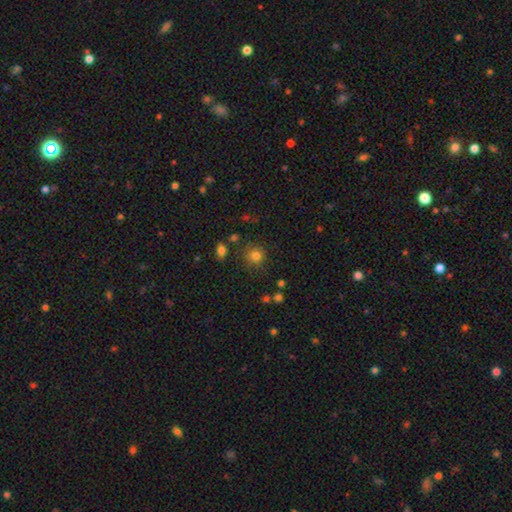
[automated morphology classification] A smooth galaxy with no disk features (80%) that is round (91%).

Vote fractions:
- Smooth or featured? smooth: 80% / star or artifact: 13% / featured or disk: 6%
- How rounded? round: 91% / in between: 9% / cigar-shaped: 1%
- Merging? none: 83% / minor disturbance: 10% / merger: 4% / major disturbance: 3%